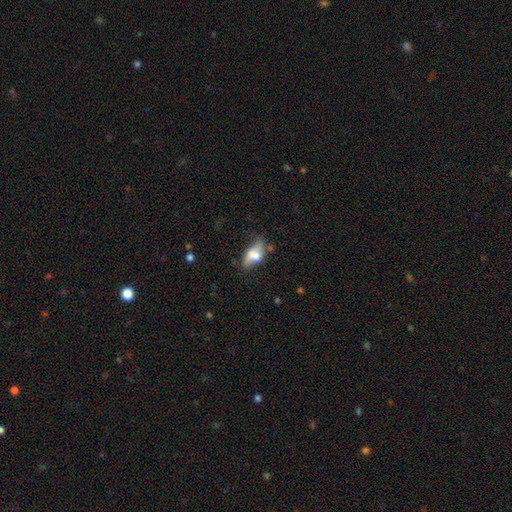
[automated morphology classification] A smooth galaxy with no disk features (51%) that is in between round and cigar-shaped (83%).

Vote fractions:
- Smooth or featured? smooth: 51% / featured or disk: 39% / star or artifact: 10%
- How rounded? in between: 83% / round: 9% / cigar-shaped: 8%
- Merging? none: 36% / minor disturbance: 26% / major disturbance: 20% / merger: 17%